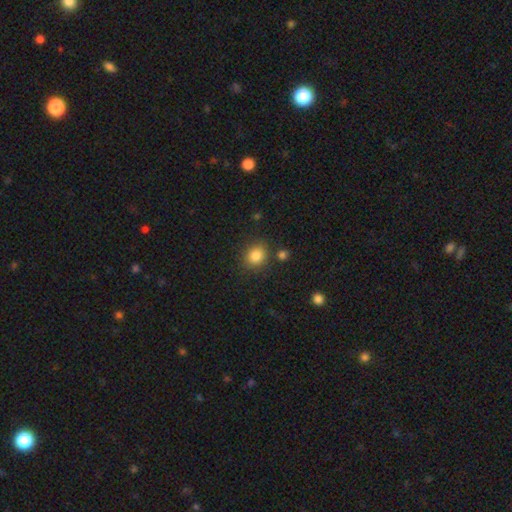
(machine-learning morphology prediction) A smooth galaxy with no disk features (83%) that is round (70%). Merging: none (83%).